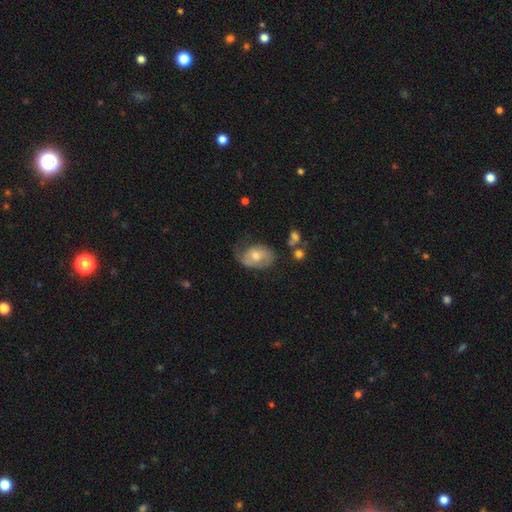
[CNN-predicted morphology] Smooth or featured: smooth — 47% (featured or disk — 46%)
Merging: none — 43% (minor disturbance — 32%)